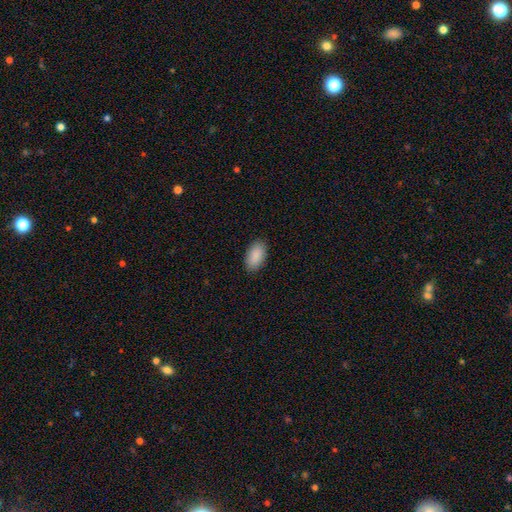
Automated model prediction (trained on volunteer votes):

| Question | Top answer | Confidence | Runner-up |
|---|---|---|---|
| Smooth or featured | smooth | 90% | star or artifact (6%) |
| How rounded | in between | 95% | round (3%) |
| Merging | none | 89% | minor disturbance (8%) |